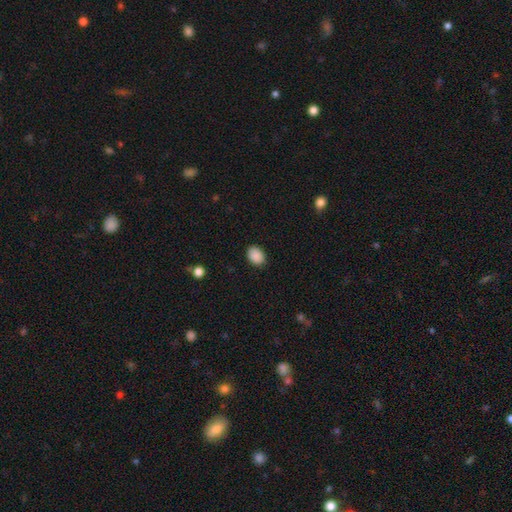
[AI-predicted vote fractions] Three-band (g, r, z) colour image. It shows a smooth galaxy with no disk features (90%) that is in between round and cigar-shaped (77%). Merging: none (88%).